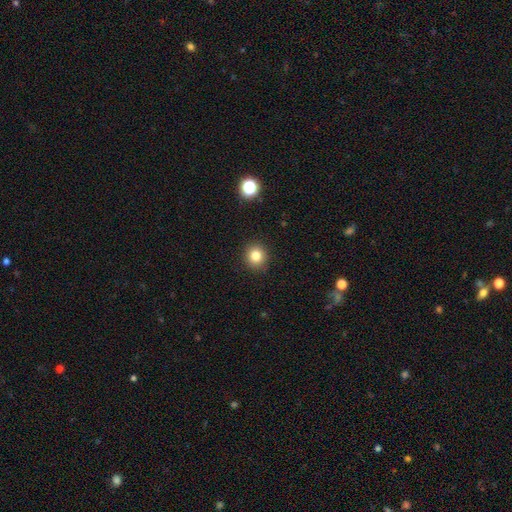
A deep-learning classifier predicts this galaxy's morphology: A smooth galaxy with no disk features (82%) that is round (87%).

Vote fractions:
- Smooth or featured? smooth: 82% / star or artifact: 12% / featured or disk: 6%
- How rounded? round: 87% / in between: 12% / cigar-shaped: 1%
- Merging? none: 91% / minor disturbance: 6% / major disturbance: 2% / merger: 1%